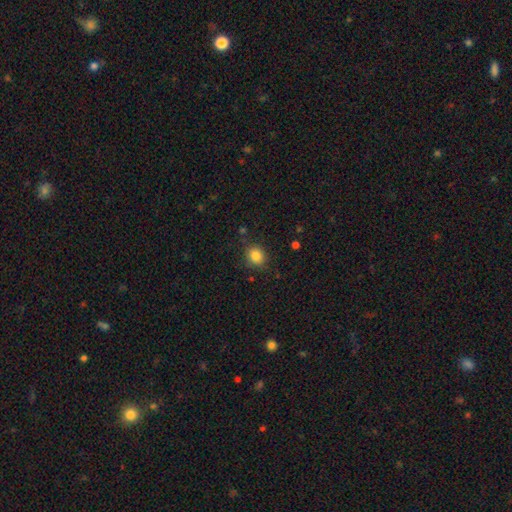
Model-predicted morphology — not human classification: A smooth galaxy with no disk features (85%) that is round (68%).

Vote fractions:
- Smooth or featured? smooth: 85% / star or artifact: 10% / featured or disk: 5%
- How rounded? round: 68% / in between: 32% / cigar-shaped: 1%
- Merging? none: 83% / minor disturbance: 12% / major disturbance: 3% / merger: 2%